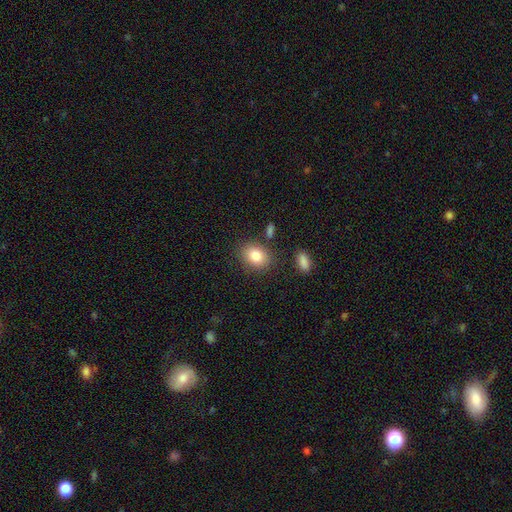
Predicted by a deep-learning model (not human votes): Morphology: type=smooth (83%); roundness=in between (61%); merging=none (80%).